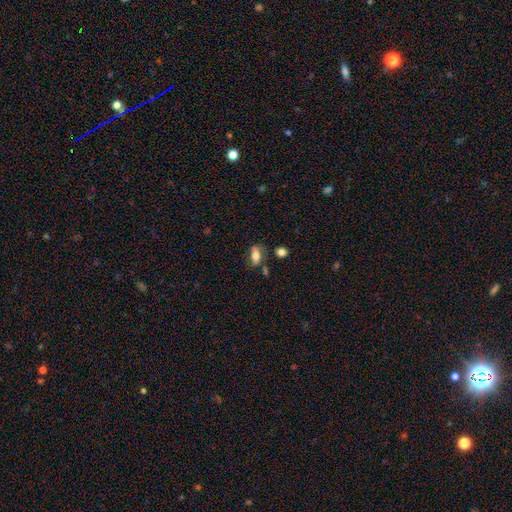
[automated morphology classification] Smooth or featured?
  - smooth: 69% *
  - featured or disk: 22%
  - star or artifact: 9%
How rounded?
  - in between: 82% *
  - cigar-shaped: 11%
  - round: 7%
Merging?
  - none: 62% *
  - minor disturbance: 21%
  - merger: 10%
  - major disturbance: 7%